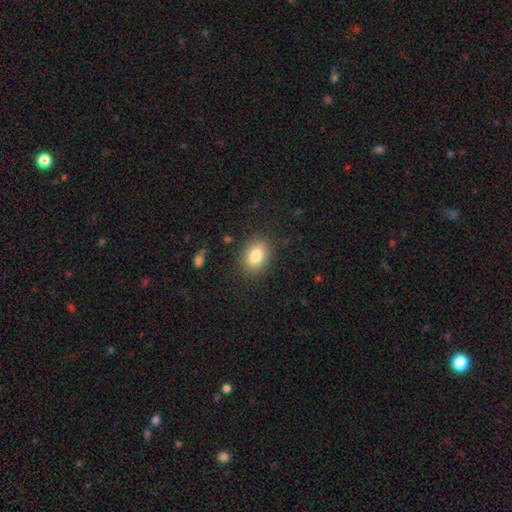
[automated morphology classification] Smooth or featured? Predicted: smooth (p=0.82). How rounded? Predicted: in between (p=0.67). Merging? Predicted: none (p=0.85).